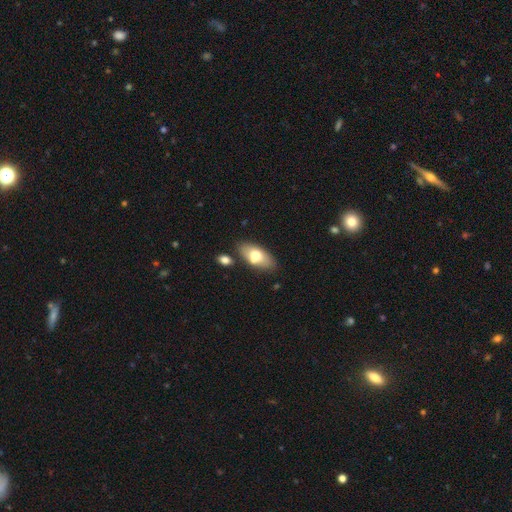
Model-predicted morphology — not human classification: The model was most divided on "smooth or featured": smooth: 69%, featured or disk: 24%, star or artifact: 7%. More confident: how rounded — in between (89%); merging — none (72%).